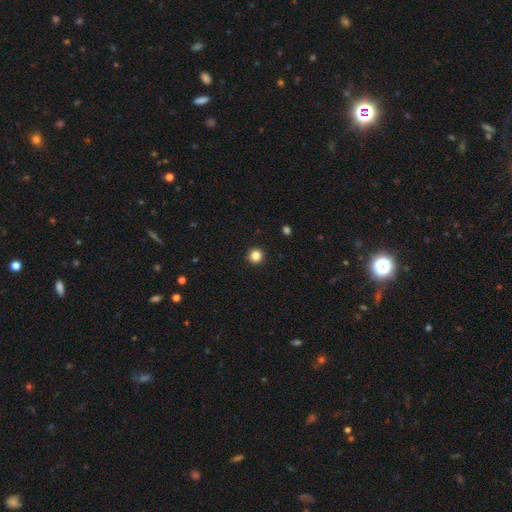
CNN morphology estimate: Smooth or featured?
  - smooth: 85% *
  - star or artifact: 11%
  - featured or disk: 3%
How rounded?
  - round: 96% *
  - in between: 3%
  - cigar-shaped: 1%
Merging?
  - none: 94% *
  - minor disturbance: 4%
  - major disturbance: 1%
  - merger: 1%